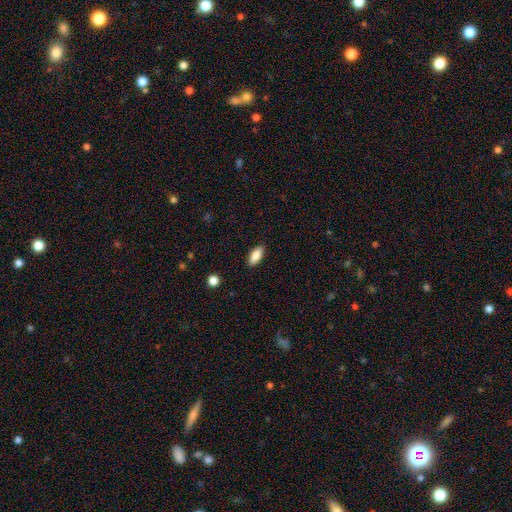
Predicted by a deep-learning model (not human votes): smooth_or_featured: smooth (p=0.84) [alt: featured or disk p=0.10]
how_rounded: in between (p=0.82) [alt: cigar-shaped p=0.16]
merging: none (p=0.89) [alt: minor disturbance p=0.08]